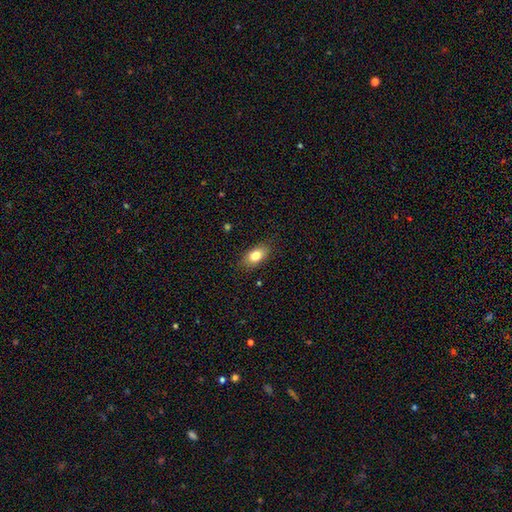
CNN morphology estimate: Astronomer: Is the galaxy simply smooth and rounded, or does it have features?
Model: smooth — 79%.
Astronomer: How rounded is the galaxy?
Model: in between — 85%.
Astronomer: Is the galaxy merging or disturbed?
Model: none — 84%.